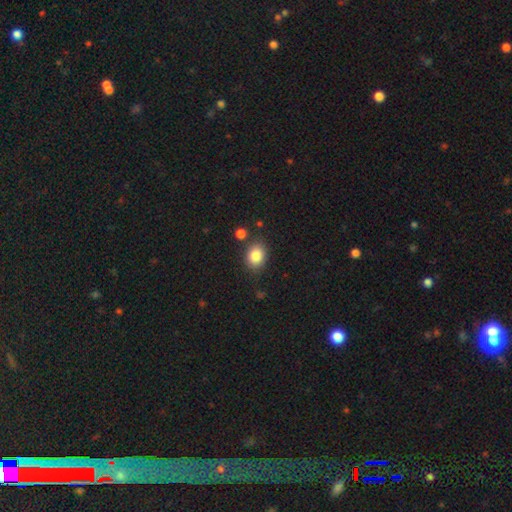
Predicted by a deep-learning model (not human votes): Overall: smooth (85%). How rounded: in between (59%; round 40%). Merging: none (80%).